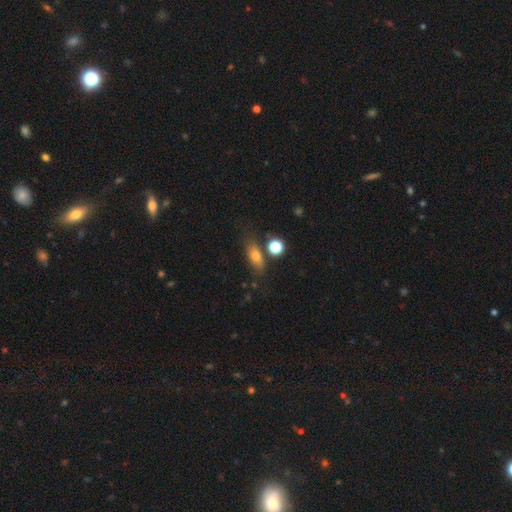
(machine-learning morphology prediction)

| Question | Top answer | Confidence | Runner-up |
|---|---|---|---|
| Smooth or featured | smooth | 73% | featured or disk (15%) |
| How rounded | in between | 66% | cigar-shaped (20%) |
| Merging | none | 67% | minor disturbance (16%) |